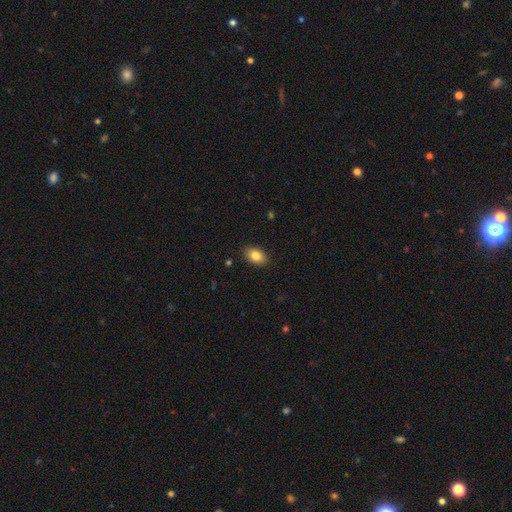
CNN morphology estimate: The model was most divided on "how rounded": in between: 86%, round: 13%, cigar-shaped: 1%. More confident: merging — none (88%); smooth or featured — smooth (83%).